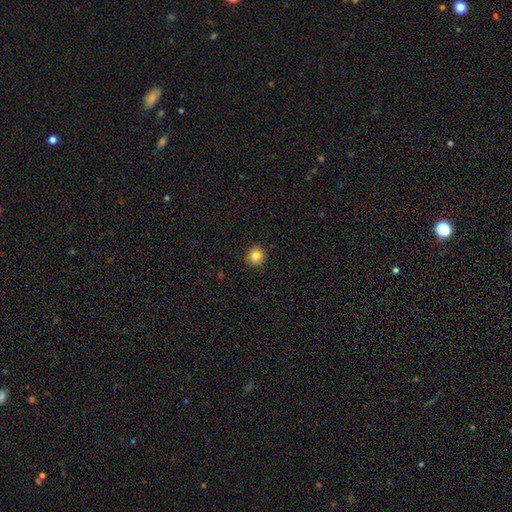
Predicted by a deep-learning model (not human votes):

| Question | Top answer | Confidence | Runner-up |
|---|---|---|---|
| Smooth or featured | smooth | 85% | star or artifact (10%) |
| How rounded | round | 88% | in between (11%) |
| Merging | none | 91% | minor disturbance (6%) |